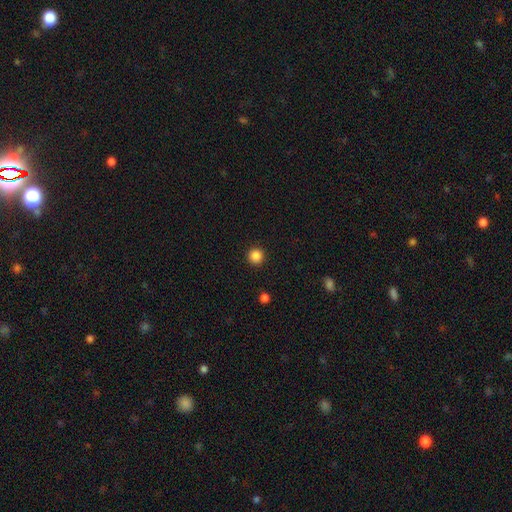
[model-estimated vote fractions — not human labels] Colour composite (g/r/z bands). It shows a smooth galaxy with no disk features (86%) that is round (96%). Merging: none (93%).